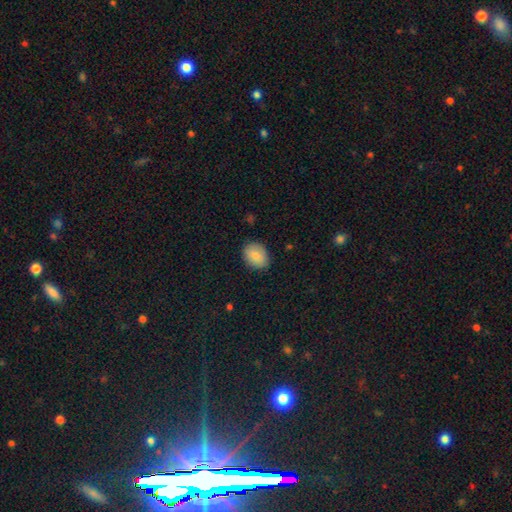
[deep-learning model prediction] A smooth galaxy with no disk features (87%) that is in between round and cigar-shaped (67%).

Vote fractions:
- Smooth or featured? smooth: 87% / star or artifact: 7% / featured or disk: 6%
- How rounded? in between: 67% / round: 32% / cigar-shaped: 1%
- Merging? none: 85% / minor disturbance: 11% / major disturbance: 2% / merger: 1%